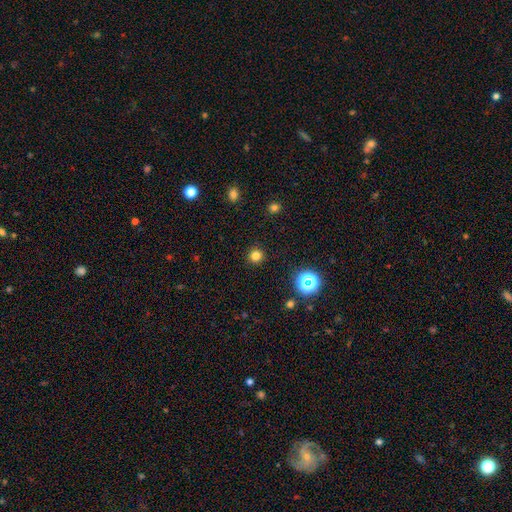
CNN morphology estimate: The model was most divided on "smooth or featured": smooth: 78%, star or artifact: 17%, featured or disk: 5%. More confident: how rounded — round (95%); merging — none (92%).